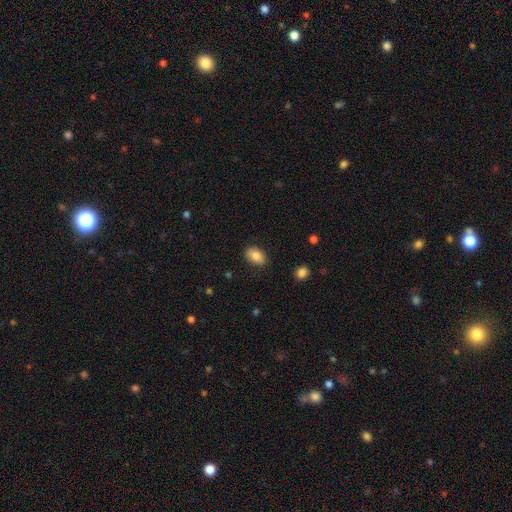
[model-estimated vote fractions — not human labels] This appears to be a smooth galaxy with no disk features (83%) that is in between round and cigar-shaped (88%). Merging: none (87%).